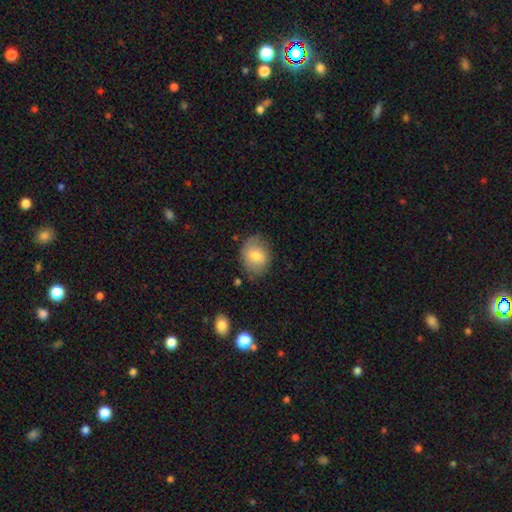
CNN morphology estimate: Overall: smooth (73%). How rounded: round (54%; in between 45%). Merging: none (71%).